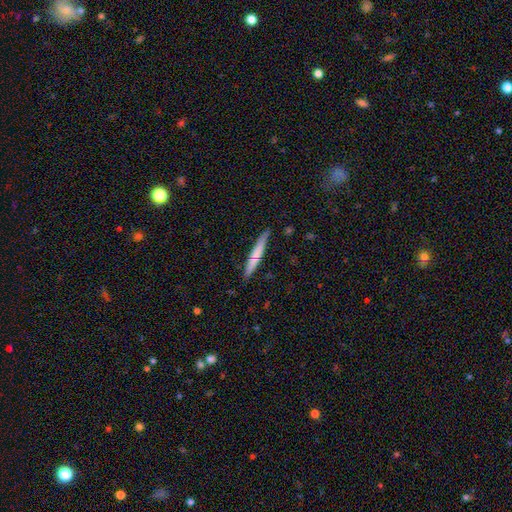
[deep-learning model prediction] A smooth galaxy with no disk features (59%) that is cigar-shaped (95%).

Vote fractions:
- Smooth or featured? smooth: 59% / featured or disk: 35% / star or artifact: 6%
- How rounded? cigar-shaped: 95% / in between: 3% / round: 1%
- Merging? none: 86% / minor disturbance: 10% / merger: 3% / major disturbance: 2%